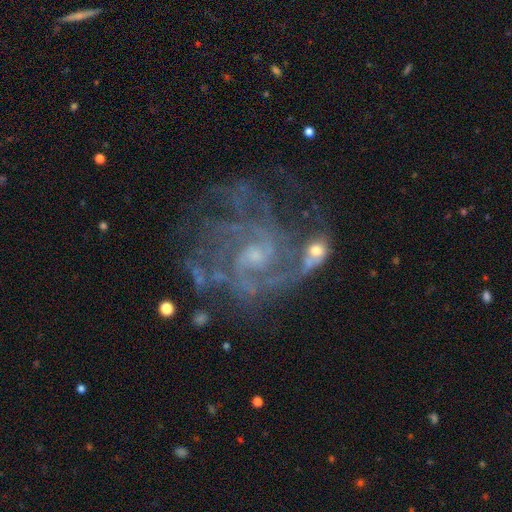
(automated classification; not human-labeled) Smooth or featured: featured or disk — 70% (star or artifact — 19%)
Edge-on disk: no — 97% (yes — 3%)
Bar: no — 58% (weak — 31%)
Spiral arms: yes — 90% (no — 10%)
Spiral winding: tight — 58% (medium — 31%)
Spiral arm count: can't tell — 33% (2 — 18%)
Bulge size: small — 77% (moderate — 16%)
Merging: none — 68% (minor disturbance — 14%)